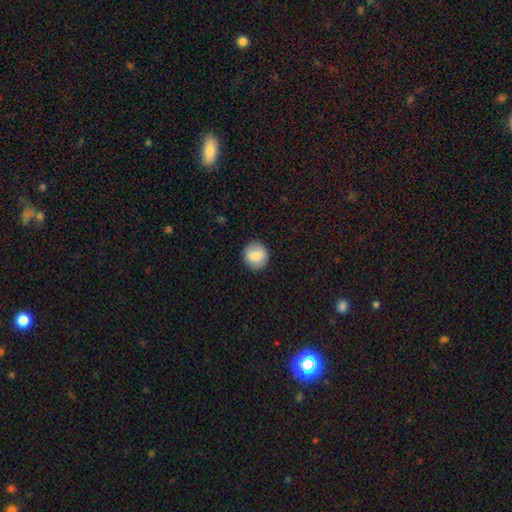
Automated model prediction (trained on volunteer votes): Morphology: type=smooth (79%); roundness=round (86%); merging=none (89%).